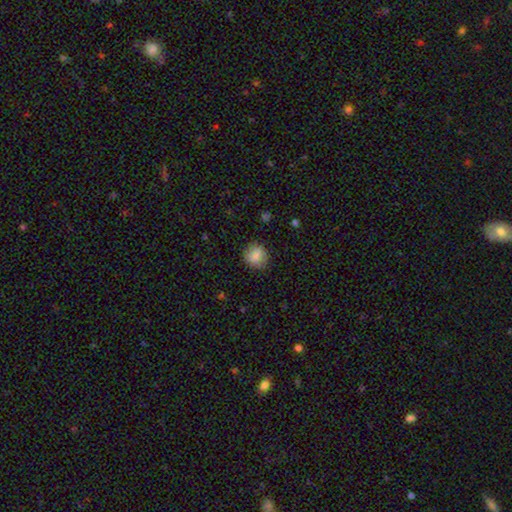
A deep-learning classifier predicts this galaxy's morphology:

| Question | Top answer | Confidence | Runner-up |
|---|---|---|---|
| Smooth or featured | smooth | 83% | featured or disk (9%) |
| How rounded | round | 84% | in between (15%) |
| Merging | none | 84% | minor disturbance (12%) |